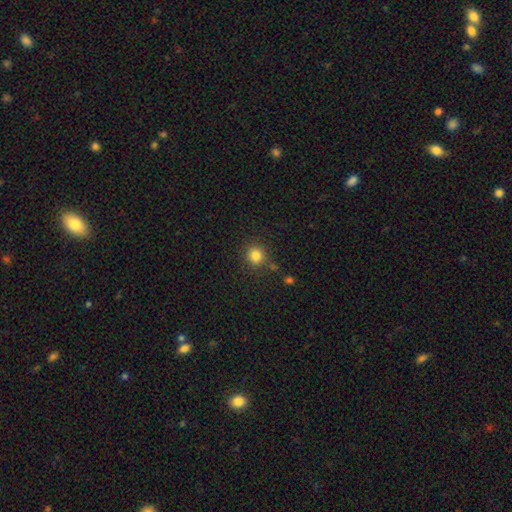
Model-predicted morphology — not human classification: This is clearly a smooth galaxy (82%). How rounded: clearly round (91%). Merging: clearly none (82%).